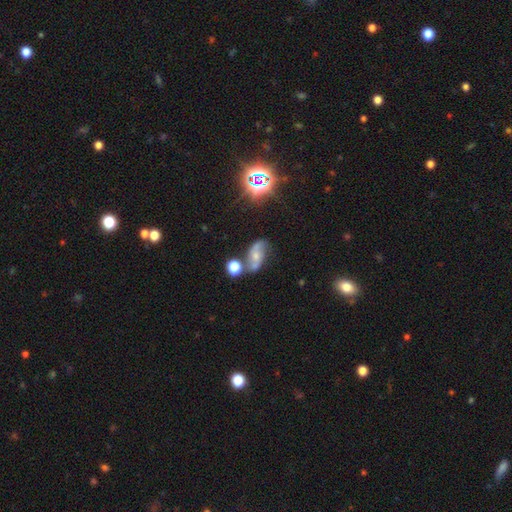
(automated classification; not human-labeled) Smooth or featured?
  - featured or disk: 58% *
  - smooth: 27%
  - star or artifact: 15%
Edge-on disk?
  - no: 94% *
  - yes: 6%
Bar?
  - no: 58% *
  - weak: 32%
  - strong: 10%
Spiral arms?
  - yes: 83% *
  - no: 17%
Bulge size?
  - small: 48% *
  - moderate: 37%
  - none: 9%
  - large: 4%
  - dominant: 2%
Merging?
  - none: 49% *
  - merger: 22%
  - minor disturbance: 19%
  - major disturbance: 10%